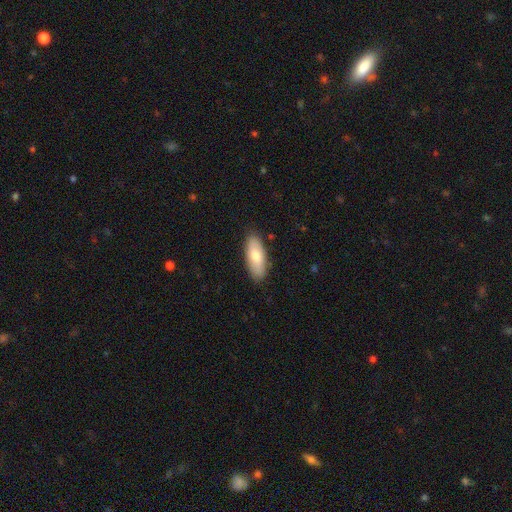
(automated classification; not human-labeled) Smooth or featured? smooth (74%)
How rounded? in between (79%)
Merging? none (86%)